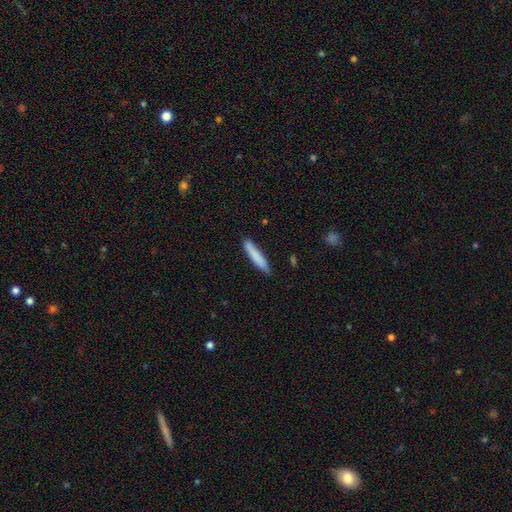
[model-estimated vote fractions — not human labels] Overall: smooth (82%). How rounded: cigar-shaped (90%). Merging: none (81%).